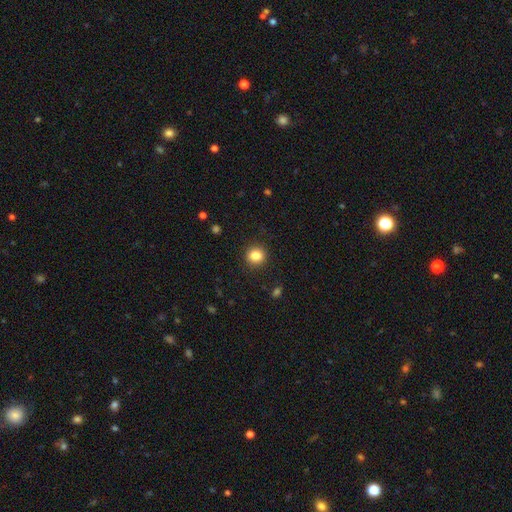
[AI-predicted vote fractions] smooth 84%, star or artifact 11%, featured or disk 6%. Down the decision tree: how rounded — round (87%); merging — none (91%).